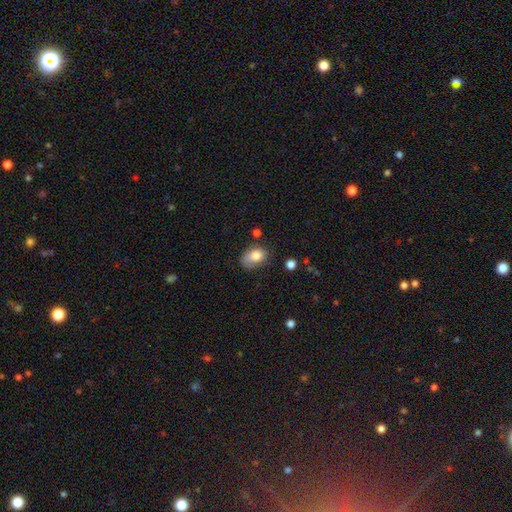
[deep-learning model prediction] Overall: smooth (77%). How rounded: in between (76%). Merging: none (47%; minor disturbance 34%).